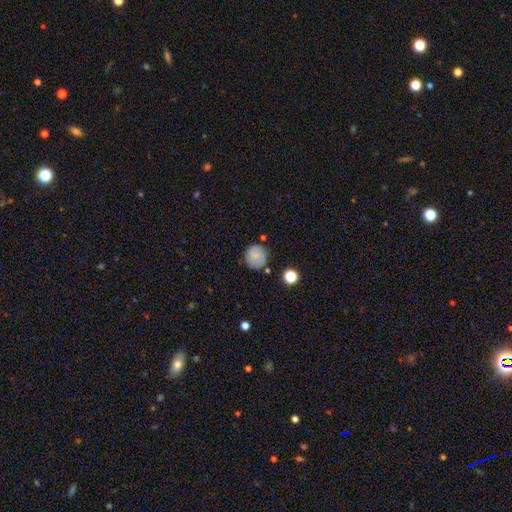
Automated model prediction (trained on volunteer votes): The model was most divided on "smooth or featured": smooth: 77%, featured or disk: 13%, star or artifact: 9%. More confident: how rounded — round (92%); merging — none (80%).